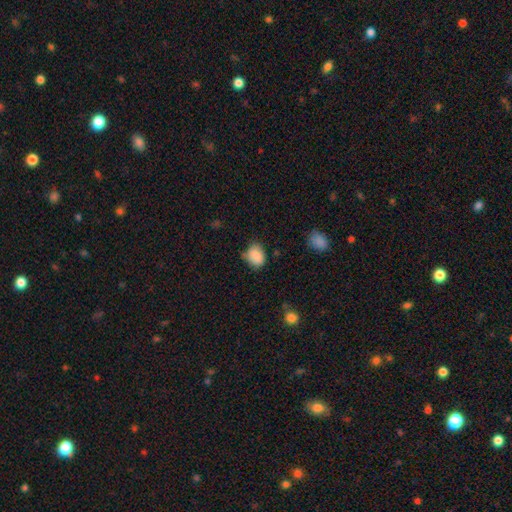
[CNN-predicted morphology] This is clearly a smooth galaxy (86%). How rounded: possibly in between (56%). Merging: likely none (63%).